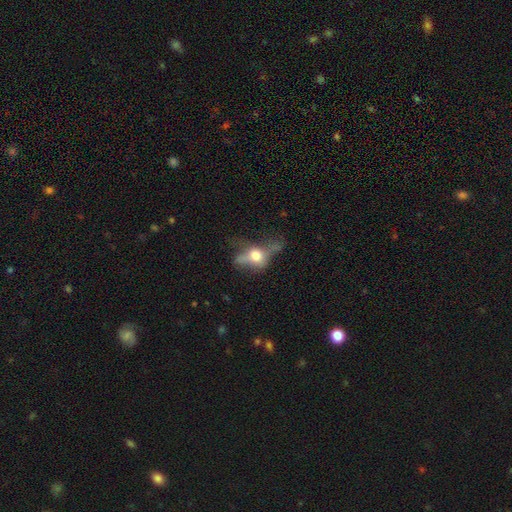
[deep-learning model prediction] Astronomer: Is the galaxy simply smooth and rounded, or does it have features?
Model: featured or disk — 45% (runner-up: smooth, 42%).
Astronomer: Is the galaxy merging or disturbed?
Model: none — 37% (runner-up: major disturbance, 35%).